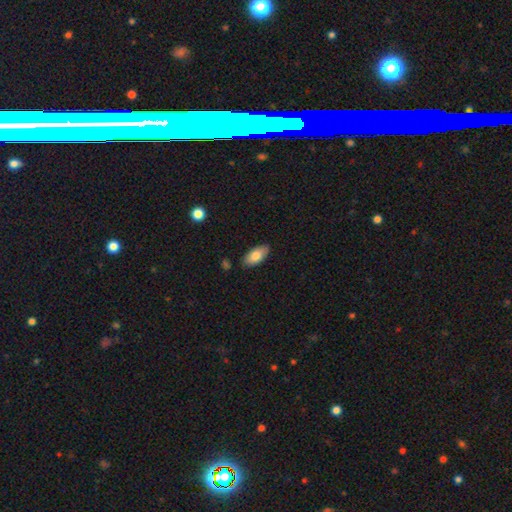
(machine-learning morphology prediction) Q: Smooth or featured?
A: smooth (79%); runner-up: featured or disk (15%)
Q: How rounded?
A: in between (91%); runner-up: cigar-shaped (6%)
Q: Merging?
A: none (85%); runner-up: minor disturbance (11%)